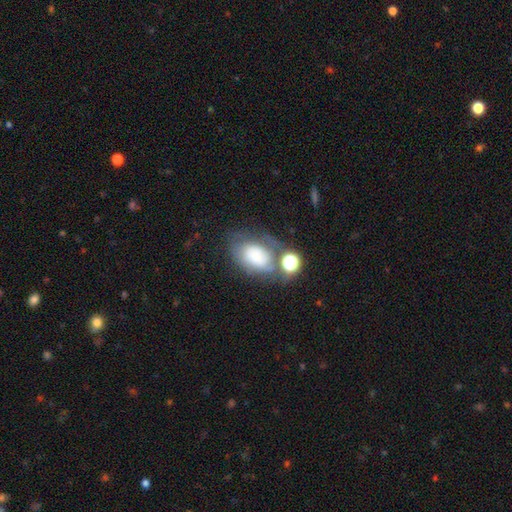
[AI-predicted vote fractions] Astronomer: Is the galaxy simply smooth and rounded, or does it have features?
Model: smooth — 54% (runner-up: featured or disk, 33%).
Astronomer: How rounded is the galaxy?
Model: in between — 83%.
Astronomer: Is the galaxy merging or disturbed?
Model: none — 39% (runner-up: minor disturbance, 23%).